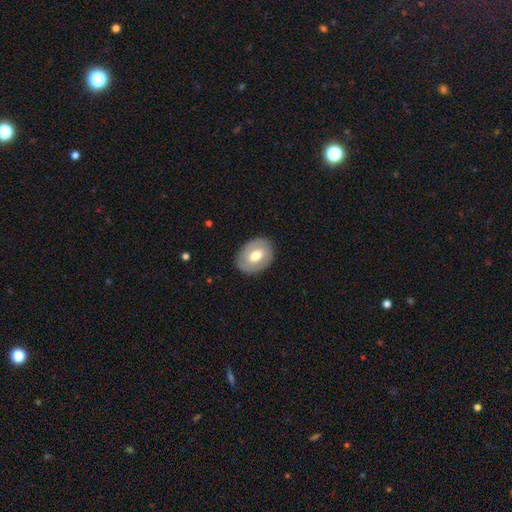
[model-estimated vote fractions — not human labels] Smooth or featured? Predicted: smooth (p=0.50). Merging? Predicted: none (p=0.84).